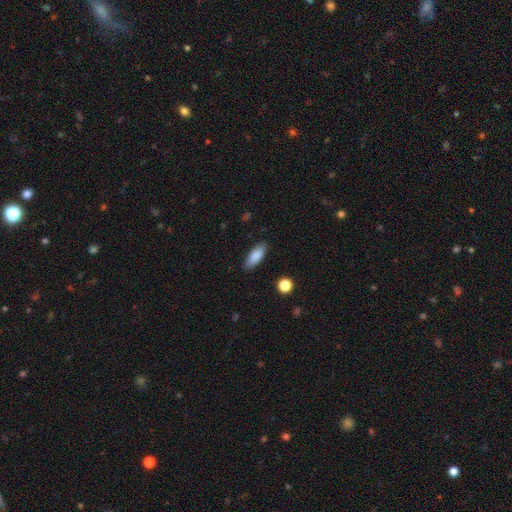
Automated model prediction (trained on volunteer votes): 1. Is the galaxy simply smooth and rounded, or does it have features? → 86% smooth, 7% star or artifact, 7% featured or disk.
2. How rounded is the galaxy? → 71% in between, 27% cigar-shaped, 2% round.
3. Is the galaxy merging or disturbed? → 85% none, 11% minor disturbance, 2% major disturbance, 1% merger.